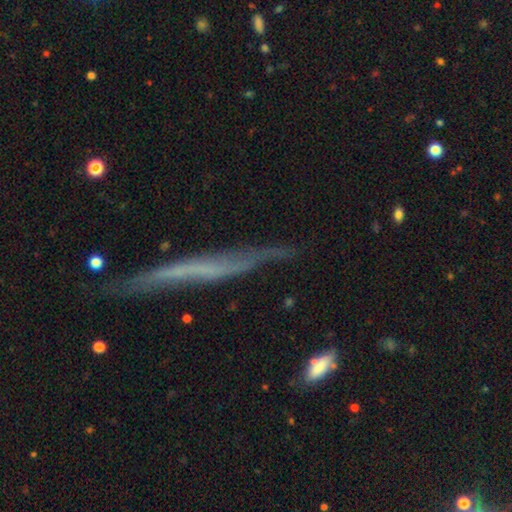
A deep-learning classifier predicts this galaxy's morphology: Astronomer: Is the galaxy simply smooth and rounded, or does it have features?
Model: featured or disk — 61%.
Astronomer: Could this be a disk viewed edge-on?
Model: yes — 83%.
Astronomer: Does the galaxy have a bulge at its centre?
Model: none — 81%.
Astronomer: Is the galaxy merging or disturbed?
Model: none — 63%.